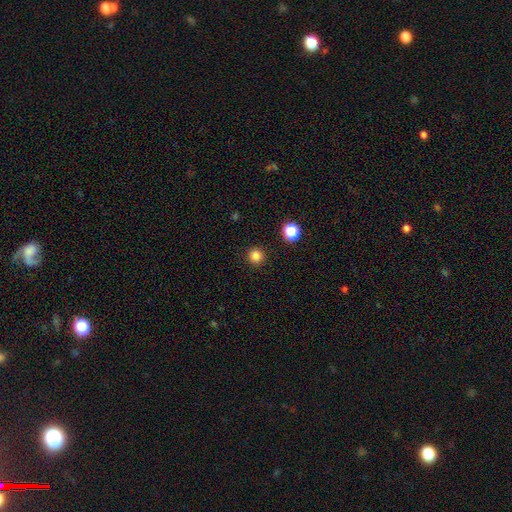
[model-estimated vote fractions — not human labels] Morphology: type=smooth (83%); roundness=round (95%); merging=none (92%).